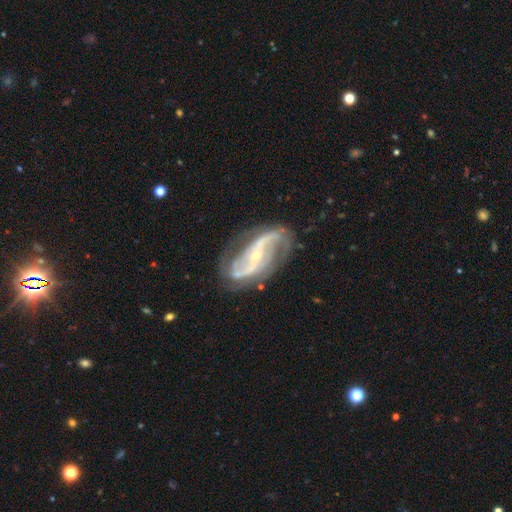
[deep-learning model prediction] This is clearly a featured or disk galaxy (91%). It is clearly not viewed edge-on (96%). Bar: marginally strong (41%). Spiral arm pattern: clearly yes (97%). Spiral arm count: clearly 2 (87%). Spiral winding: possibly loose (48%). Central bulge: likely small (76%). Merging: likely none (73%).